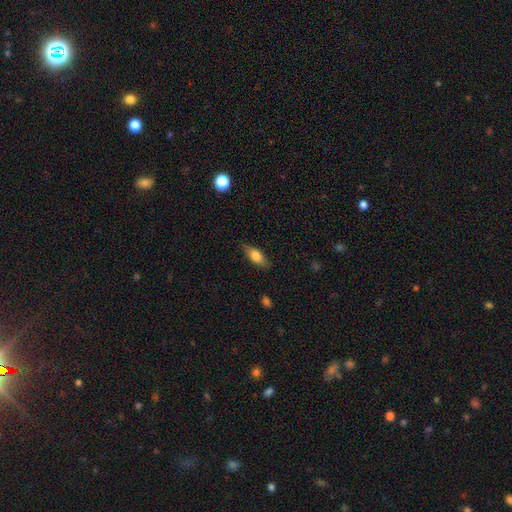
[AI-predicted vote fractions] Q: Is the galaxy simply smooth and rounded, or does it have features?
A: smooth — 70%.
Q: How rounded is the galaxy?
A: in between — 73%.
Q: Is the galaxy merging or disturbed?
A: none — 77%.